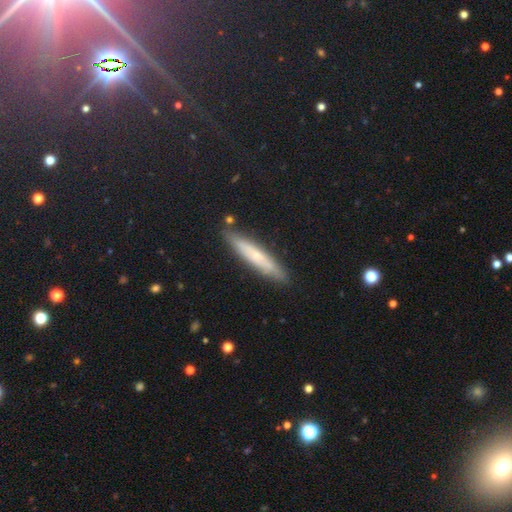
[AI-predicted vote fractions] A smooth galaxy with no disk features (48%).

Vote fractions:
- Smooth or featured? smooth: 48% / featured or disk: 44% / star or artifact: 9%
- Merging? none: 86% / minor disturbance: 11% / major disturbance: 2% / merger: 2%